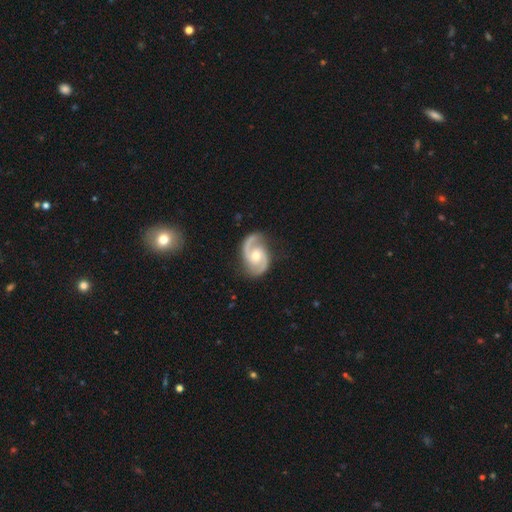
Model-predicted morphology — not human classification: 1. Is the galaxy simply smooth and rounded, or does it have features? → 91% featured or disk, 5% smooth, 4% star or artifact.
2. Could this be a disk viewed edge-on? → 98% no, 2% yes.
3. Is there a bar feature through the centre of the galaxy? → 57% no, 35% weak, 8% strong.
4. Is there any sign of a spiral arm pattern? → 98% yes, 2% no.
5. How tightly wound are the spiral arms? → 59% medium, 26% tight, 15% loose.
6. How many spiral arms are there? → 93% 2, 2% can't tell, 2% 1, 1% 3, 1% 4, 1% more than 4.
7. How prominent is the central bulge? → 71% moderate, 22% small, 5% large, 1% none, 1% dominant.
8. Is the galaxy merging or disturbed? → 81% none, 14% minor disturbance, 4% major disturbance, 1% merger.